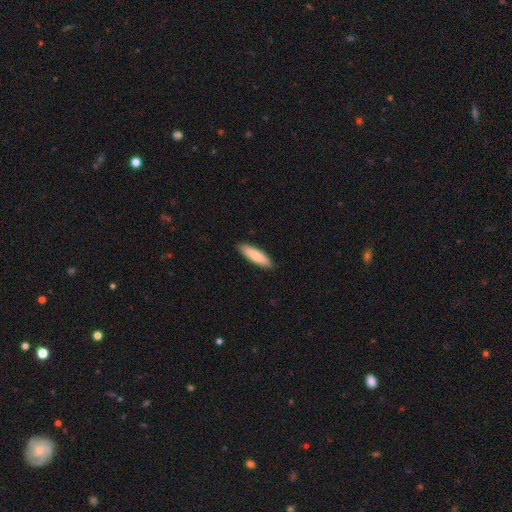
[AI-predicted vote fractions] smooth_or_featured: smooth (p=0.84) [alt: featured or disk p=0.11]
how_rounded: cigar-shaped (p=0.65) [alt: in between p=0.34]
merging: none (p=0.90) [alt: minor disturbance p=0.08]